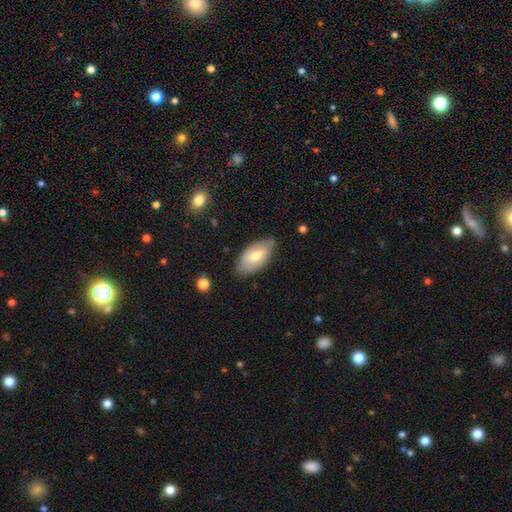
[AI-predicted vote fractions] Q: Smooth or featured?
A: smooth (58%); runner-up: featured or disk (36%)
Q: How rounded?
A: in between (93%); runner-up: cigar-shaped (4%)
Q: Merging?
A: none (70%); runner-up: minor disturbance (24%)